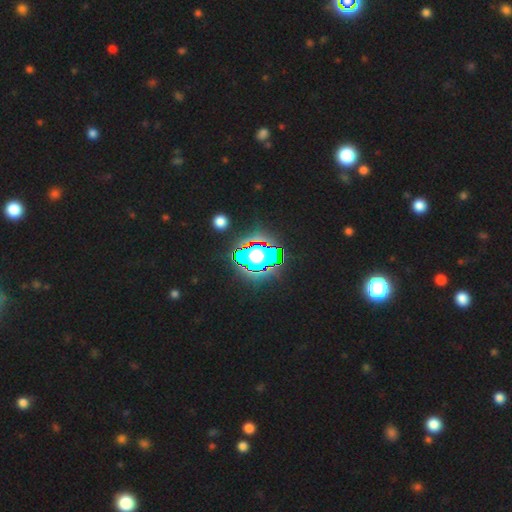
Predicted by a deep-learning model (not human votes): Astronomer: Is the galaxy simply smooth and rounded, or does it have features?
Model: star or artifact — 62%.